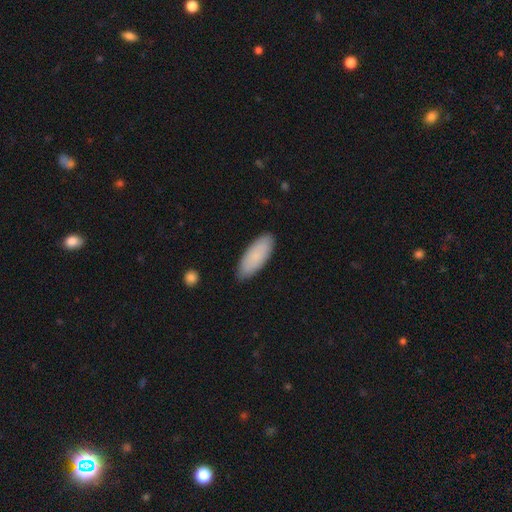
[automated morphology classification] This is clearly a smooth galaxy (86%). How rounded: likely in between (78%). Merging: clearly none (85%).